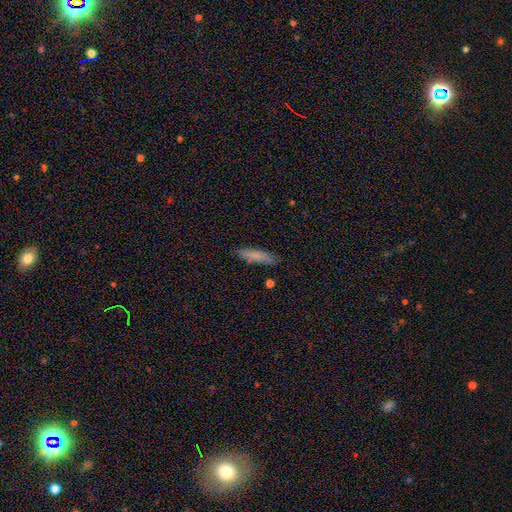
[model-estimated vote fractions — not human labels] The model was most divided on "how rounded": cigar-shaped: 76%, in between: 23%, round: 2%. More confident: merging — none (84%); smooth or featured — smooth (79%).